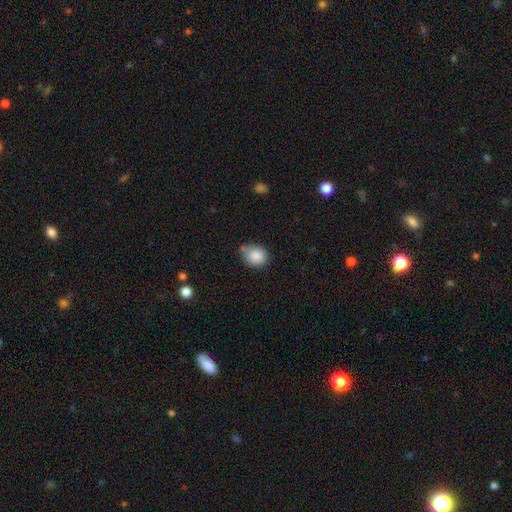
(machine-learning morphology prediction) The model was most divided on "how rounded": round: 56%, in between: 43%, cigar-shaped: 1%. More confident: smooth or featured — smooth (86%); merging — none (65%).